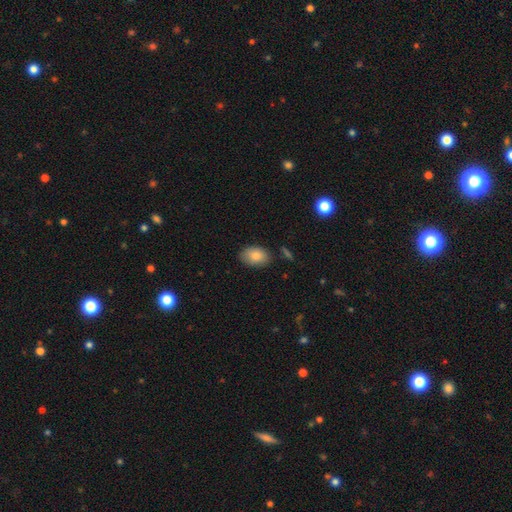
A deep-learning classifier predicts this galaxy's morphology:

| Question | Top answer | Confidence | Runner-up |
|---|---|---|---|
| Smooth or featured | smooth | 84% | featured or disk (9%) |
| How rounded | in between | 88% | round (11%) |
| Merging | none | 82% | minor disturbance (14%) |